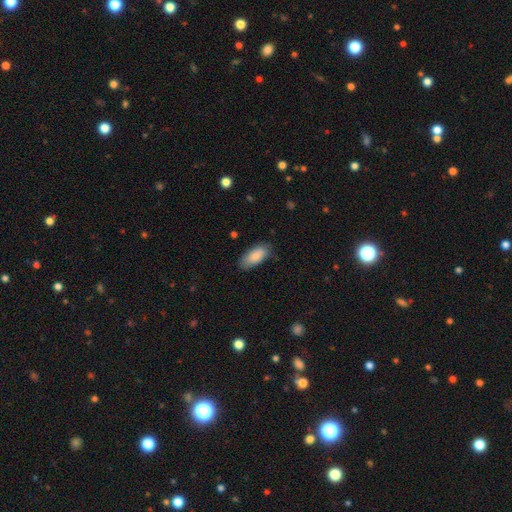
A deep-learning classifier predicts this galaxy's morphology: A smooth galaxy with no disk features (88%) that is in between round and cigar-shaped (87%).

Vote fractions:
- Smooth or featured? smooth: 88% / featured or disk: 6% / star or artifact: 6%
- How rounded? in between: 87% / cigar-shaped: 11% / round: 2%
- Merging? none: 78% / minor disturbance: 18% / major disturbance: 3% / merger: 1%